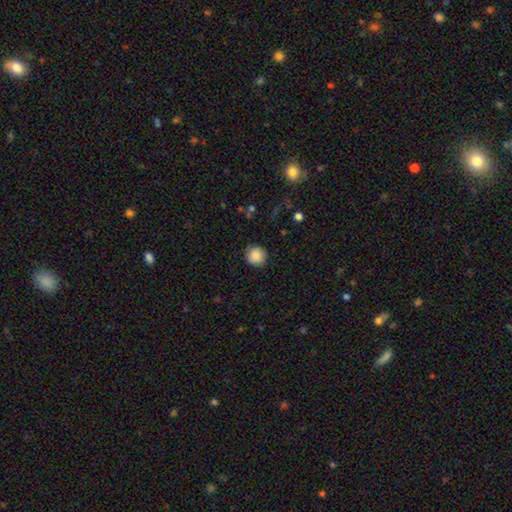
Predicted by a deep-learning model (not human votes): Smooth or featured?
  - smooth: 86% *
  - star or artifact: 8%
  - featured or disk: 6%
How rounded?
  - round: 92% *
  - in between: 7%
  - cigar-shaped: 1%
Merging?
  - none: 87% *
  - minor disturbance: 10%
  - major disturbance: 3%
  - merger: 1%